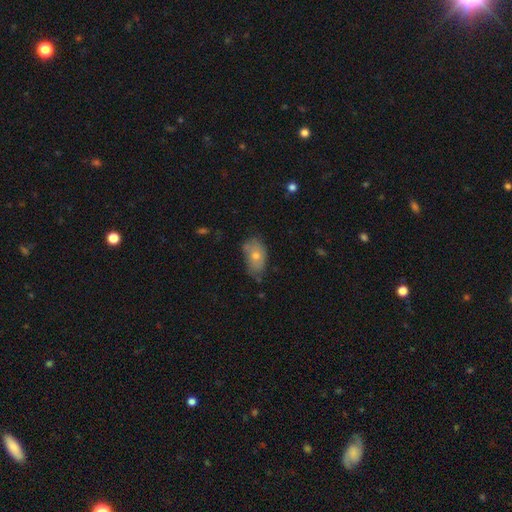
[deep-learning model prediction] Smooth or featured? smooth (65%)
How rounded? in between (88%)
Merging? none (58%)